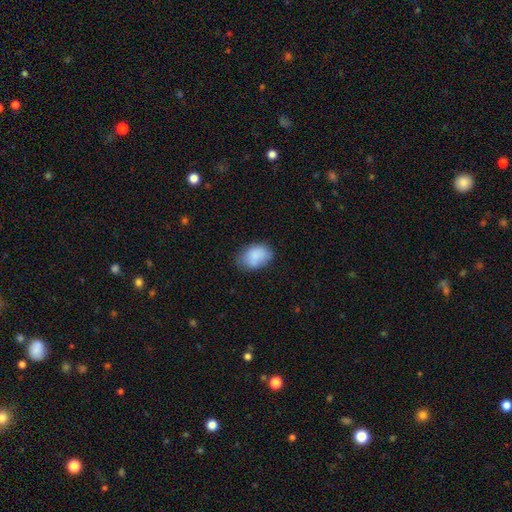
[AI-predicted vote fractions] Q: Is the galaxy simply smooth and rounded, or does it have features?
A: smooth — 84%.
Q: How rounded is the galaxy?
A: in between — 82%.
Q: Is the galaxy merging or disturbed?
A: none — 62%.